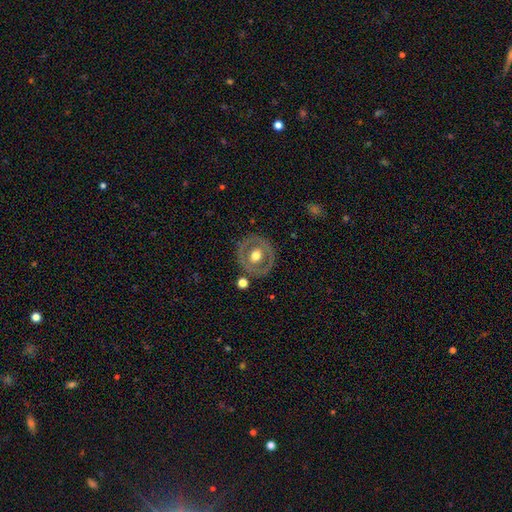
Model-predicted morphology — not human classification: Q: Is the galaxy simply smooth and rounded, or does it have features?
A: featured or disk — 56%.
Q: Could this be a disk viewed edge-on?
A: no — 93%.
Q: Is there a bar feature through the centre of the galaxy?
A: no — 75%.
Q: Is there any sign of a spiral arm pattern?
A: no — 88%.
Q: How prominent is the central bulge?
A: moderate — 66%.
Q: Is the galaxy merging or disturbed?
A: none — 81%.